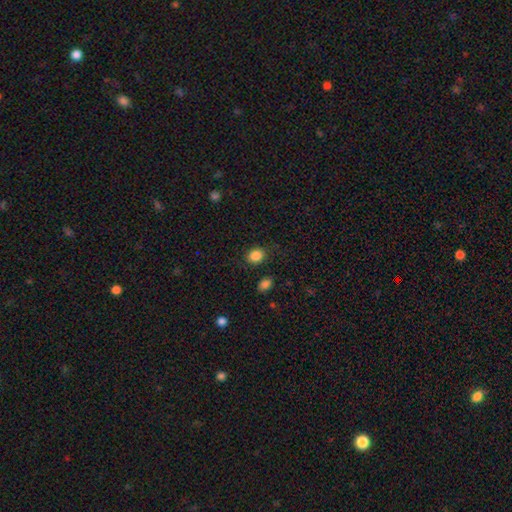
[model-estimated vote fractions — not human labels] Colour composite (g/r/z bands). It shows a smooth galaxy with no disk features (85%) that is round (57%). Merging: none (81%).